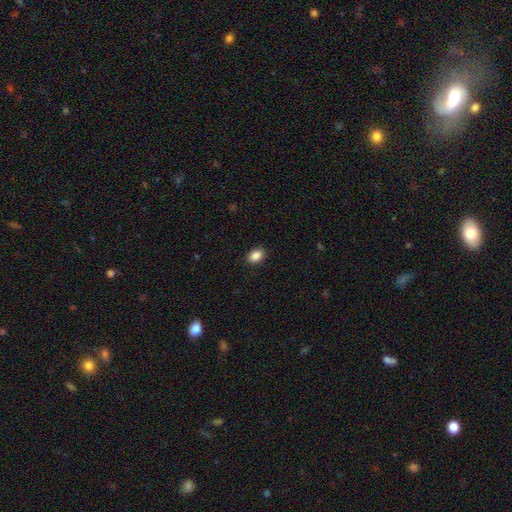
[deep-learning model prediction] smooth 89%, star or artifact 8%, featured or disk 3%. Down the decision tree: how rounded — in between (78%); merging — none (90%).